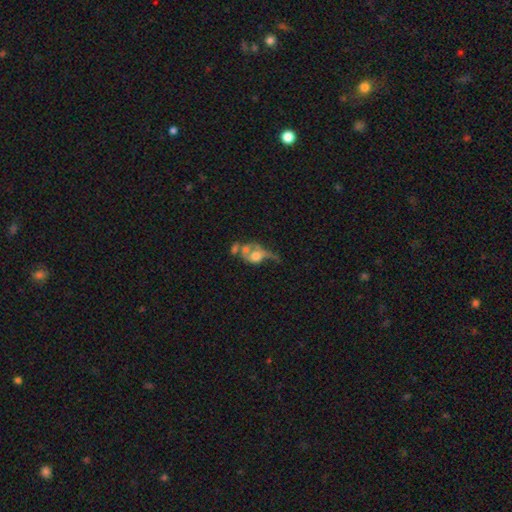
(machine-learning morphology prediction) Smooth or featured? Predicted: featured or disk (p=0.54). Edge-on disk? Predicted: no (p=0.94). Bar? Predicted: no (p=0.81). Spiral arms? Predicted: no (p=0.53). Bulge size? Predicted: moderate (p=0.43). Merging? Predicted: merger (p=0.43).